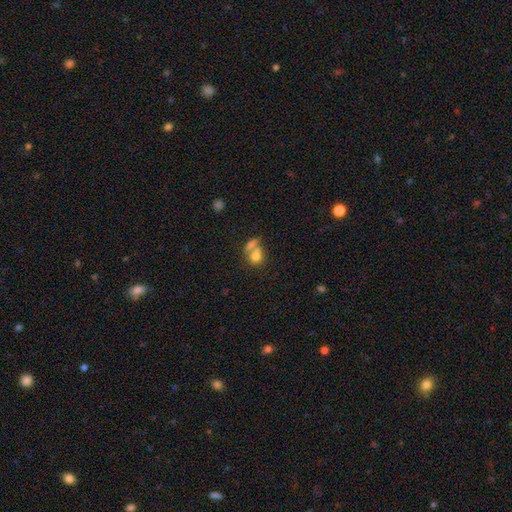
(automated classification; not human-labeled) Q: Smooth or featured?
A: smooth (75%); runner-up: featured or disk (14%)
Q: How rounded?
A: round (56%); runner-up: in between (41%)
Q: Merging?
A: merger (50%); runner-up: none (35%)